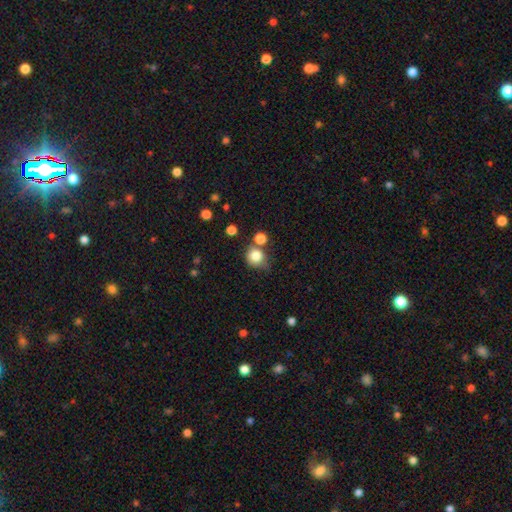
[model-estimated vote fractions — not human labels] The model was most divided on "merging": none: 55%, minor disturbance: 19%, merger: 19%, major disturbance: 7%. More confident: smooth or featured — smooth (82%); how rounded — round (79%).